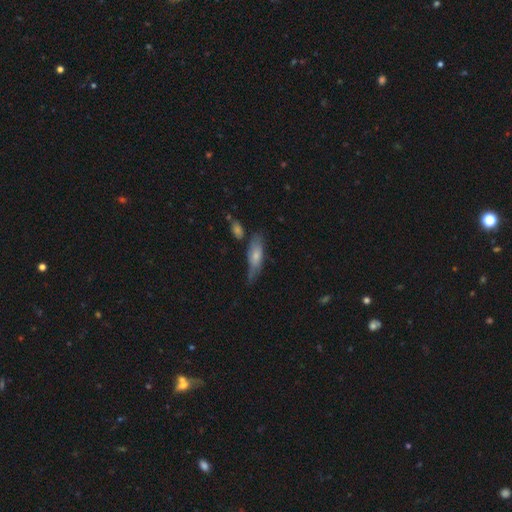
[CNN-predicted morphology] Smooth or featured? smooth (62%)
How rounded? in between (53%)
Merging? none (52%)